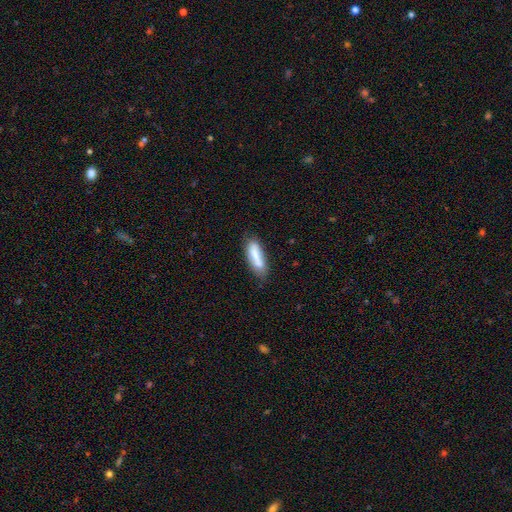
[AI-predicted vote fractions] Smooth or featured: smooth — 75% (featured or disk — 18%)
How rounded: cigar-shaped — 51% (in between — 48%)
Merging: none — 66% (minor disturbance — 23%)